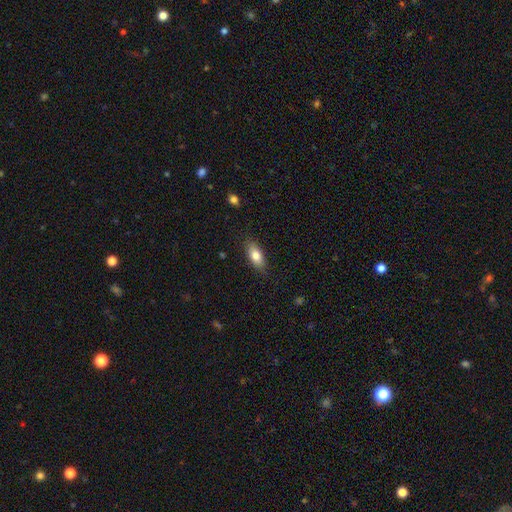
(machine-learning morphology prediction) This is likely a smooth galaxy (80%). How rounded: clearly in between (84%). Merging: clearly none (84%).